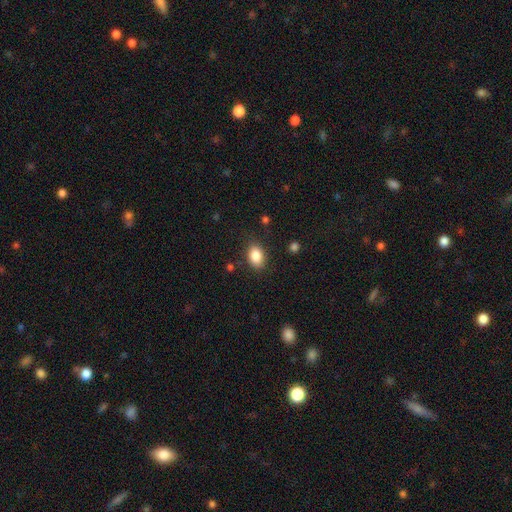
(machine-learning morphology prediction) The model was most divided on "how rounded": in between: 80%, round: 19%, cigar-shaped: 1%. More confident: smooth or featured — smooth (86%); merging — none (84%).